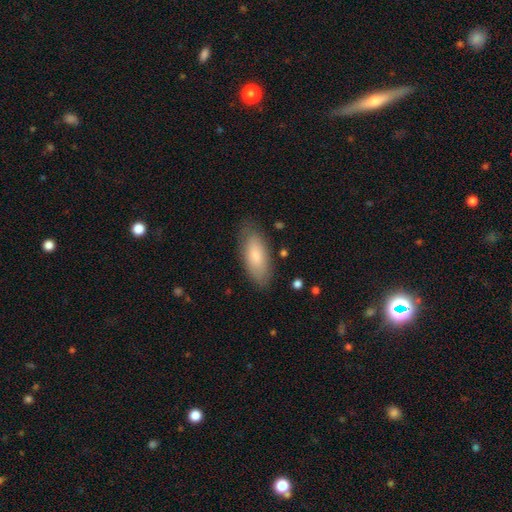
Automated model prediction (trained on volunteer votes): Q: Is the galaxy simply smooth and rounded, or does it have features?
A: smooth — 79%.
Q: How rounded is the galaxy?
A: in between — 79%.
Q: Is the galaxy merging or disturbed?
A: none — 81%.